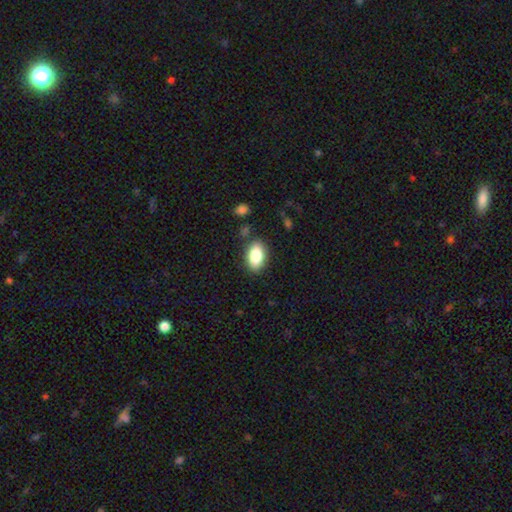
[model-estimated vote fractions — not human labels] Smooth or featured: smooth — 83% (featured or disk — 10%)
How rounded: in between — 91% (round — 7%)
Merging: none — 84% (minor disturbance — 11%)